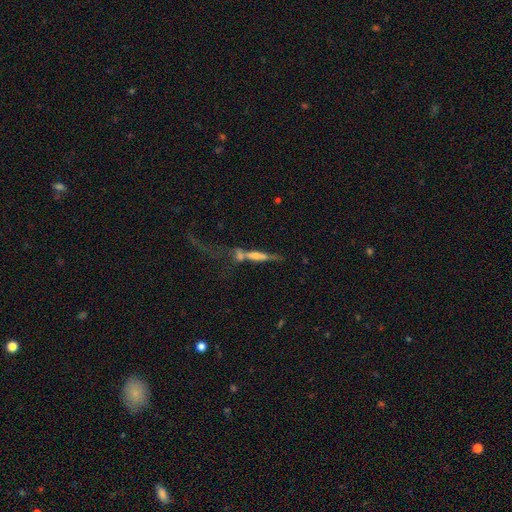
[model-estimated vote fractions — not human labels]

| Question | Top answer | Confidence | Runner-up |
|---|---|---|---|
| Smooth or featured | featured or disk | 55% | smooth (34%) |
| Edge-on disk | yes | 75% | no (25%) |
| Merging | merger | 41% | none (24%) |